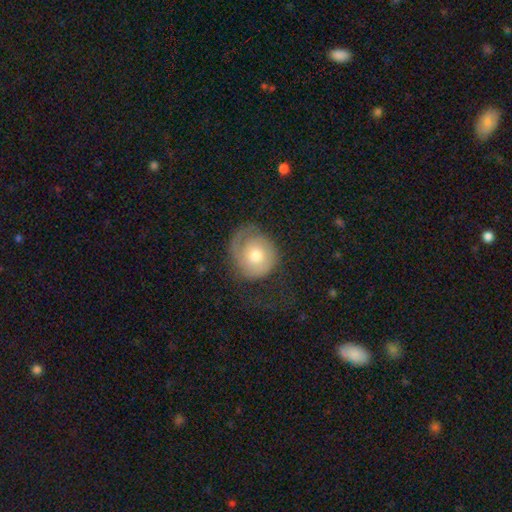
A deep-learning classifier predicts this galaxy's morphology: Overall: featured or disk (54%; smooth 39%). Edge-on disk: no (97%). Bar: no (82%). Spiral arms: yes (80%). Bulge size: moderate (66%). Merging: none (51%; major disturbance 26%).